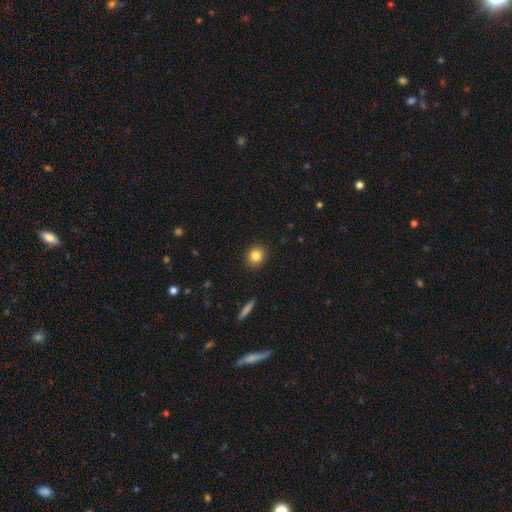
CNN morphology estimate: smooth 83%, star or artifact 10%, featured or disk 7%. Down the decision tree: how rounded — round (85%); merging — none (92%).